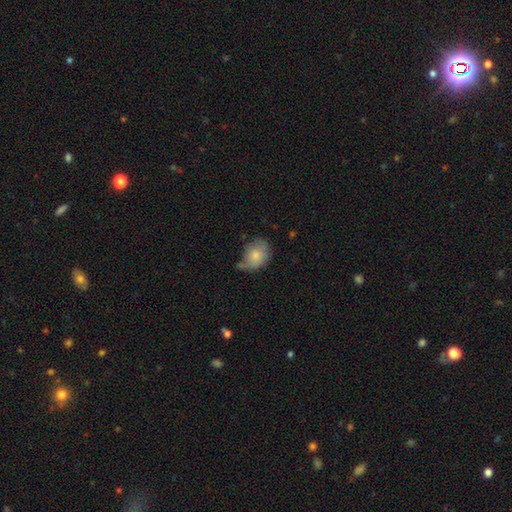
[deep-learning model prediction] A smooth galaxy with no disk features (79%) that is in between round and cigar-shaped (60%). Merging: none (45%).